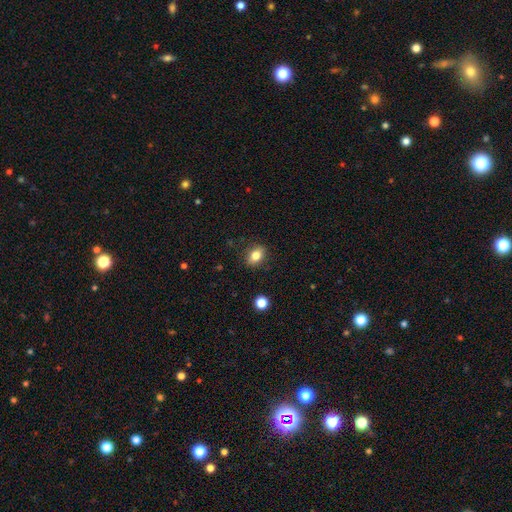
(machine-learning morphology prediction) type=smooth (80%); roundness=in between (74%); merging=none (86%).